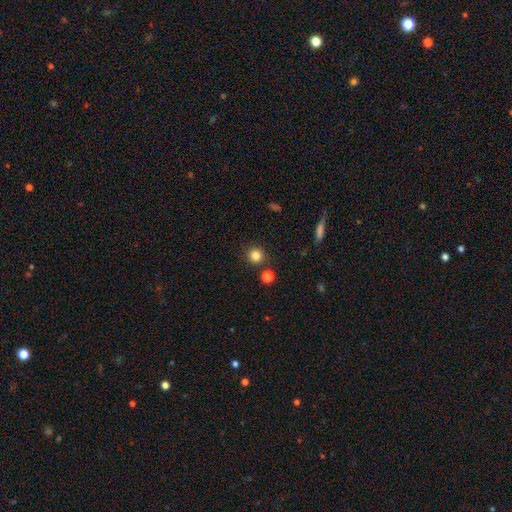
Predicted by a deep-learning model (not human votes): A smooth galaxy with no disk features (82%) that is round (94%).

Vote fractions:
- Smooth or featured? smooth: 82% / star or artifact: 13% / featured or disk: 5%
- How rounded? round: 94% / in between: 5% / cigar-shaped: 1%
- Merging? none: 87% / minor disturbance: 6% / merger: 5% / major disturbance: 2%